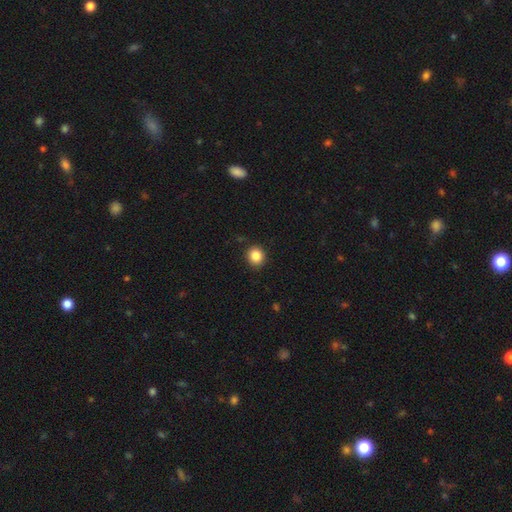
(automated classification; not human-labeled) smooth-or-featured: smooth: 86% | star or artifact: 10% | featured or disk: 4%
  how-rounded: round: 84% | in between: 15% | cigar-shaped: 1%
  merging: none: 91% | minor disturbance: 6% | major disturbance: 2% | merger: 1%